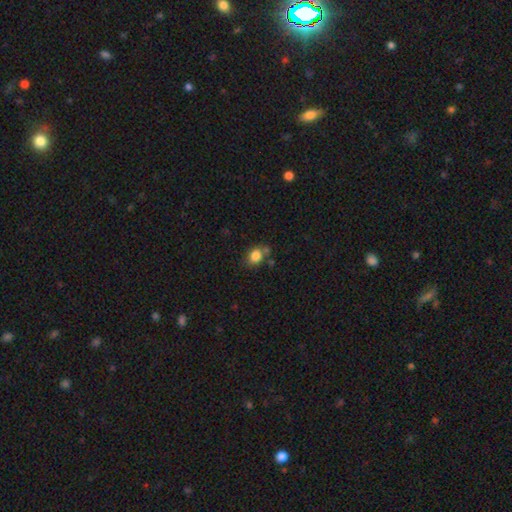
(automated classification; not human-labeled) A smooth galaxy with no disk features (82%) that is in between round and cigar-shaped (51%). Merging: none (60%).